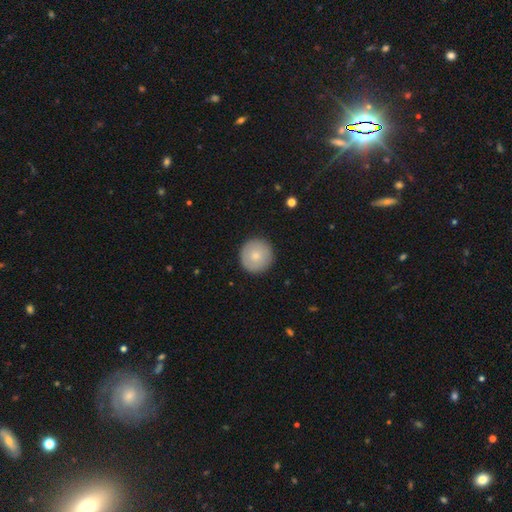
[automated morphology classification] Q: Smooth or featured?
A: smooth (77%); runner-up: featured or disk (17%)
Q: How rounded?
A: round (96%); runner-up: in between (3%)
Q: Merging?
A: none (91%); runner-up: minor disturbance (6%)